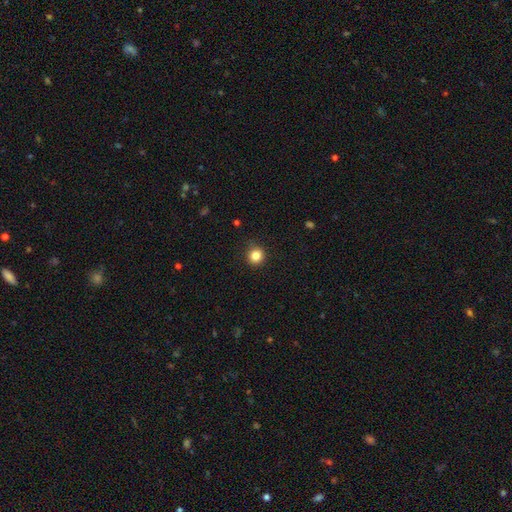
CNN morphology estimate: Overall: smooth (84%). How rounded: round (93%). Merging: none (90%).